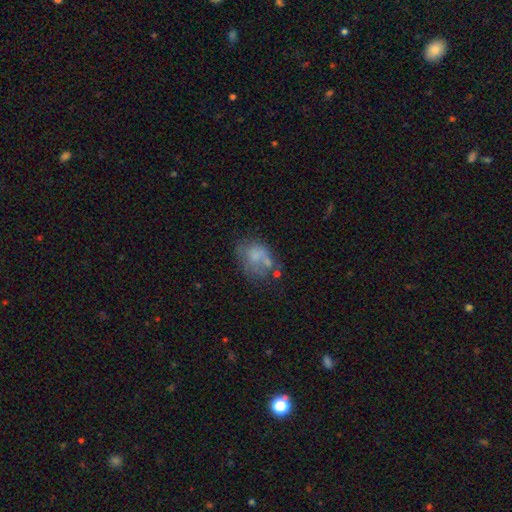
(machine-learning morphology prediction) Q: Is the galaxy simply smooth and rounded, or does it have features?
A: smooth — 54%.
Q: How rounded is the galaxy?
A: in between — 61%.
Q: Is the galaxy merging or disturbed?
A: none — 33%.